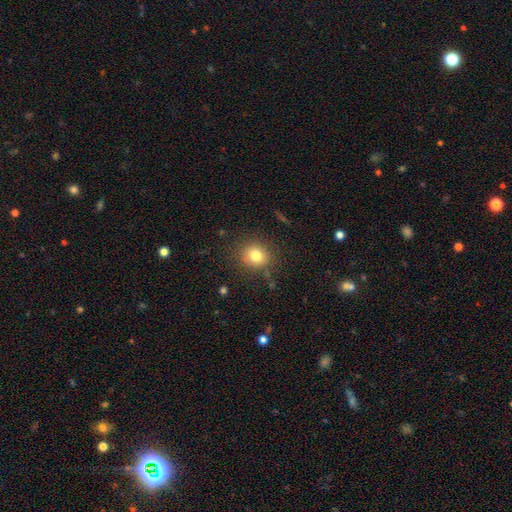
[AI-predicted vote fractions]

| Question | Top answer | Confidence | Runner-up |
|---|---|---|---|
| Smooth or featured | smooth | 79% | star or artifact (12%) |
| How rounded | round | 77% | in between (22%) |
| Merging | none | 84% | minor disturbance (11%) |